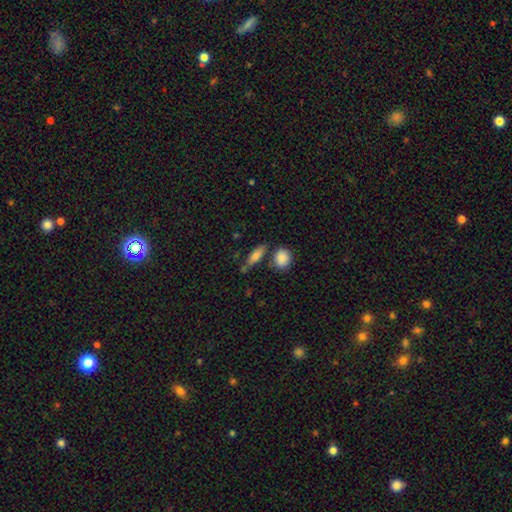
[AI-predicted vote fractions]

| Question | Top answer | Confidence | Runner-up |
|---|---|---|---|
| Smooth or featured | smooth | 77% | featured or disk (15%) |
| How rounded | in between | 55% | cigar-shaped (39%) |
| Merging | none | 66% | minor disturbance (15%) |